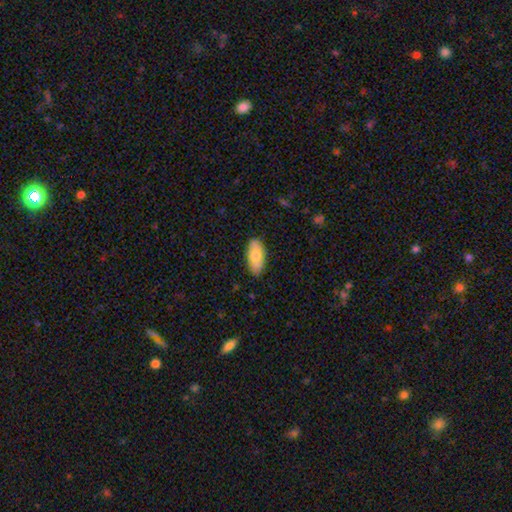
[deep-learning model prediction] Smooth or featured: smooth — 71% (featured or disk — 24%)
How rounded: in between — 89% (cigar-shaped — 9%)
Merging: none — 85% (minor disturbance — 12%)